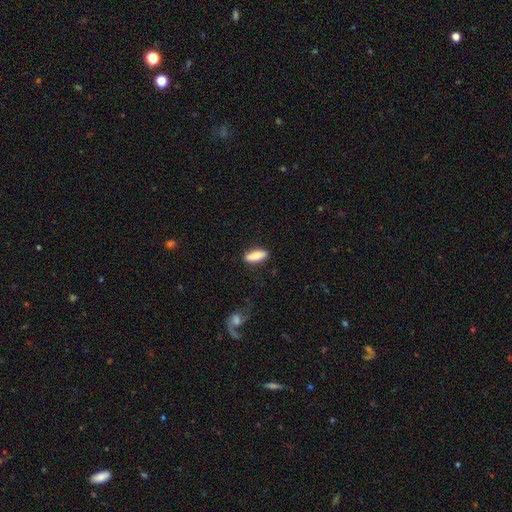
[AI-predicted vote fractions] Smooth or featured: smooth — 80% (featured or disk — 14%)
How rounded: in between — 61% (cigar-shaped — 37%)
Merging: none — 84% (minor disturbance — 11%)